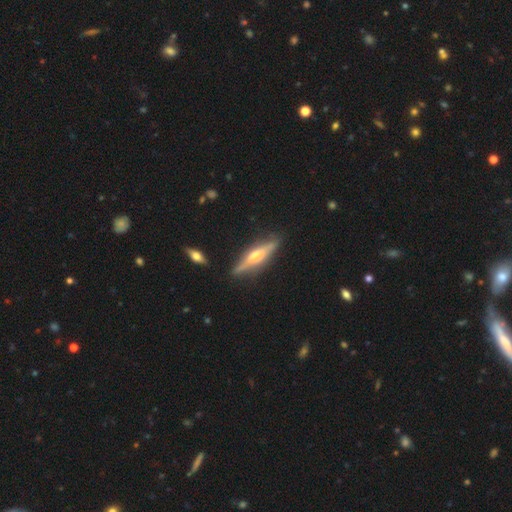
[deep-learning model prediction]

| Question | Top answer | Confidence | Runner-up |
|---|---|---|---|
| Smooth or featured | featured or disk | 70% | smooth (24%) |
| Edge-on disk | yes | 95% | no (5%) |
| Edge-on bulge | rounded | 86% | boxy (9%) |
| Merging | none | 85% | minor disturbance (11%) |